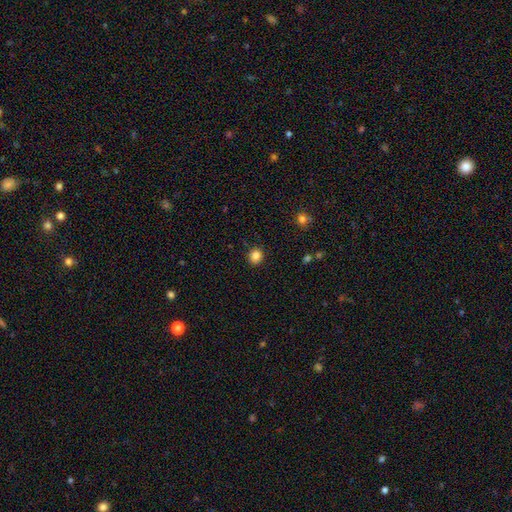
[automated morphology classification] This is clearly a smooth galaxy (84%). How rounded: clearly round (83%). Merging: clearly none (90%).